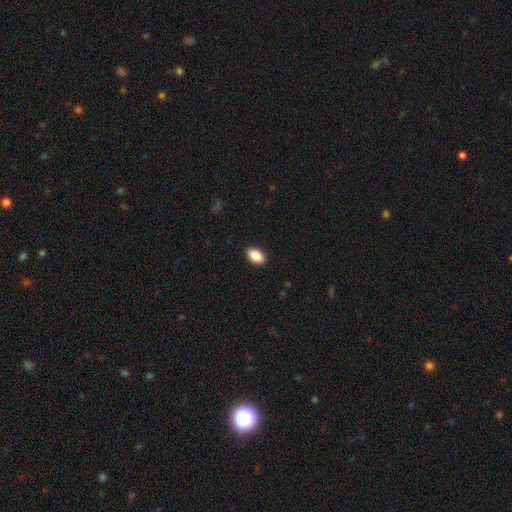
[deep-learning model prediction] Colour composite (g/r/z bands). It shows a smooth galaxy with no disk features (87%) that is in between round and cigar-shaped (92%). Merging: none (90%).